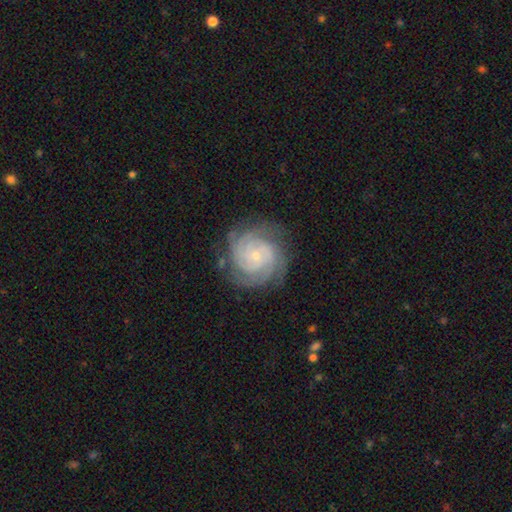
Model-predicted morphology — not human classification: type=featured or disk (88%); edge-on=no (98%); bar=no (75%); spiral arms=yes (98%); winding=tight (79%); arm count=3 (29%); bulge=small (79%); merging=none (81%).